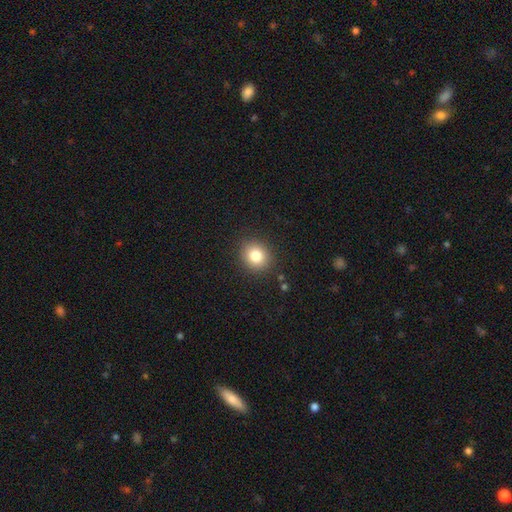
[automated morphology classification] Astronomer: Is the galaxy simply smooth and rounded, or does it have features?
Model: smooth — 82%.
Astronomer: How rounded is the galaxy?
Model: round — 78%.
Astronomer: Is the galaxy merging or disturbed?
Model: none — 89%.